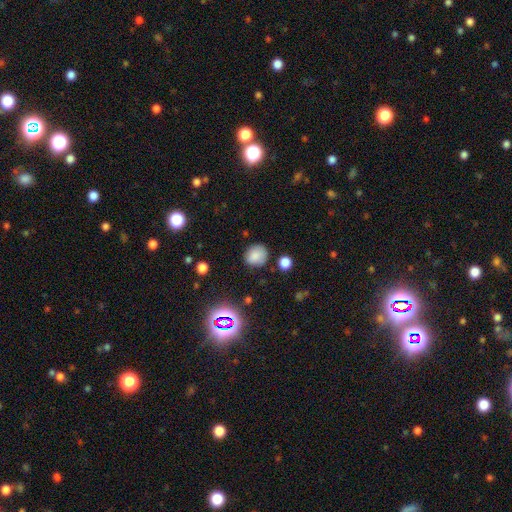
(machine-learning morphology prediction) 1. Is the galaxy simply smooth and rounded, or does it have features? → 81% smooth, 13% star or artifact, 6% featured or disk.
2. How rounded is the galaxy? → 78% round, 21% in between, 1% cigar-shaped.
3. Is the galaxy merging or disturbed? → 80% none, 14% minor disturbance, 4% major disturbance, 3% merger.